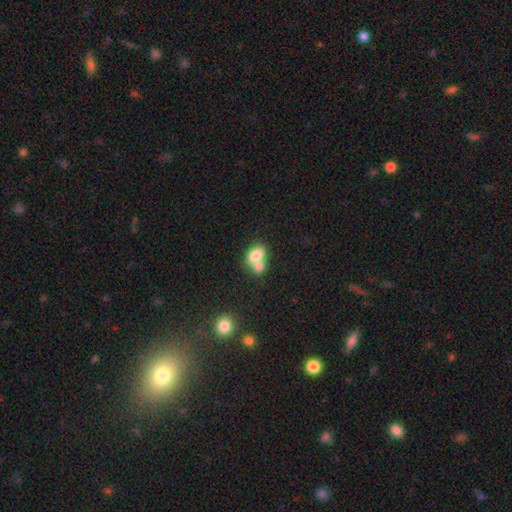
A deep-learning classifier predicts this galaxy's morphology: Smooth or featured? Predicted: smooth (p=0.76). How rounded? Predicted: in between (p=0.75). Merging? Predicted: merger (p=0.63).